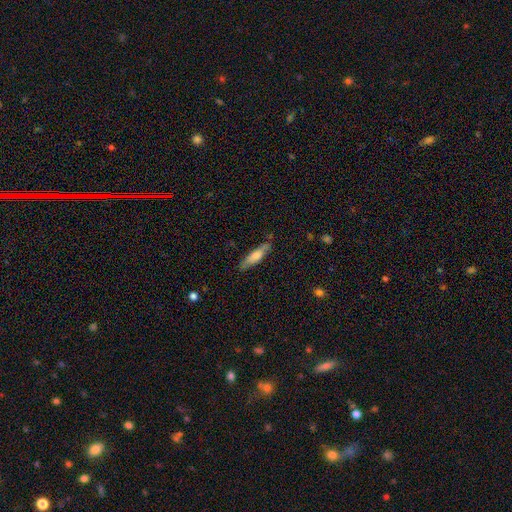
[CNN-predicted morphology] smooth-or-featured: smooth: 66% | featured or disk: 28% | star or artifact: 6%
  how-rounded: cigar-shaped: 76% | in between: 22% | round: 2%
  merging: none: 82% | minor disturbance: 14% | major disturbance: 3% | merger: 2%